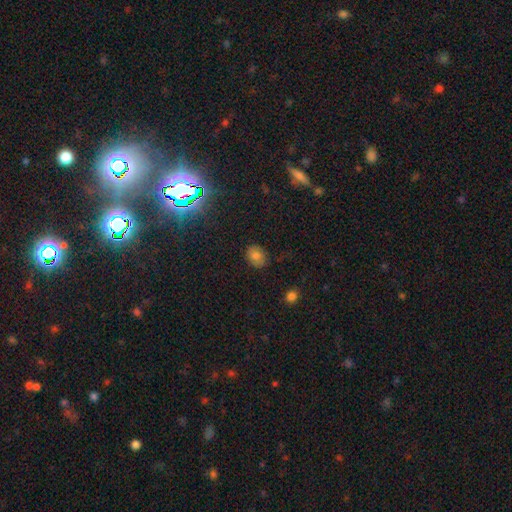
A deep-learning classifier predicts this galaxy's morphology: This is likely a smooth galaxy (76%). How rounded: possibly round (54%). Merging: likely none (80%).